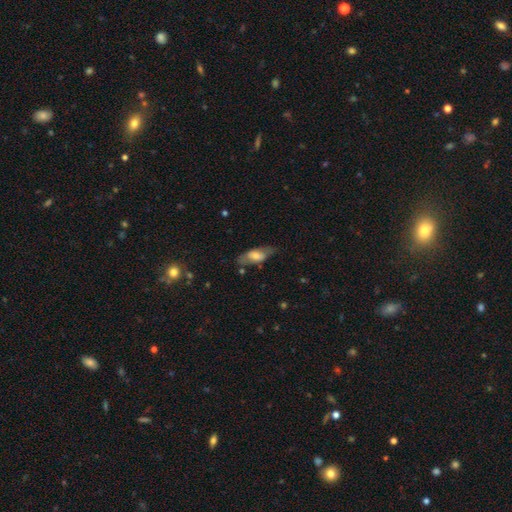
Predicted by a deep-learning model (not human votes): Smooth or featured: smooth — 53% (featured or disk — 40%)
How rounded: in between — 78% (cigar-shaped — 18%)
Merging: none — 64% (minor disturbance — 23%)